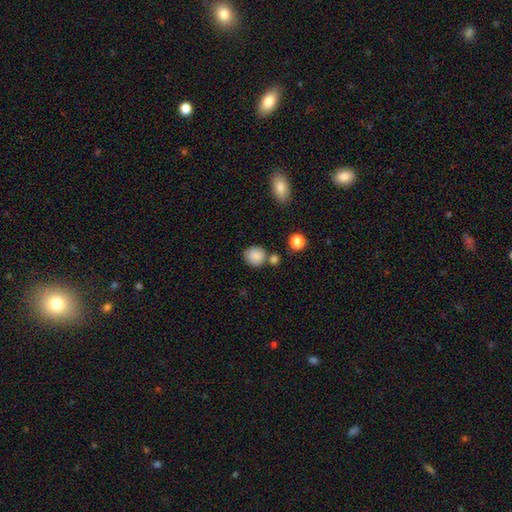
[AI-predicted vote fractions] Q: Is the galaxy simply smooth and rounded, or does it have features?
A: smooth — 86%.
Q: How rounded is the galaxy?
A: round — 83%.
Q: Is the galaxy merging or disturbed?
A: none — 67%.